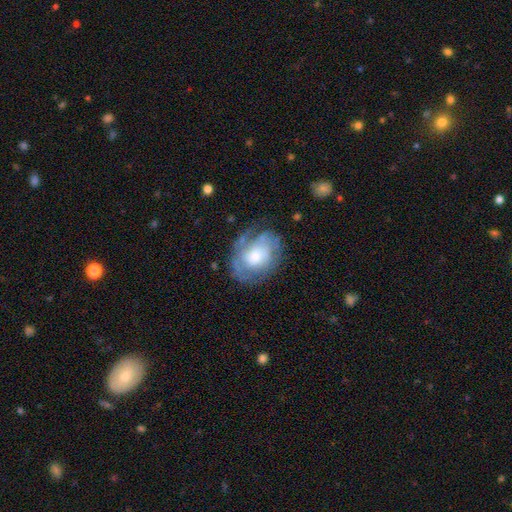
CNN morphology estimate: Smooth or featured: featured or disk — 55% (smooth — 37%)
Edge-on disk: no — 97% (yes — 3%)
Bar: no — 78% (weak — 18%)
Spiral arms: yes — 60% (no — 40%)
Bulge size: moderate — 41% (large — 32%)
Merging: none — 56% (minor disturbance — 25%)